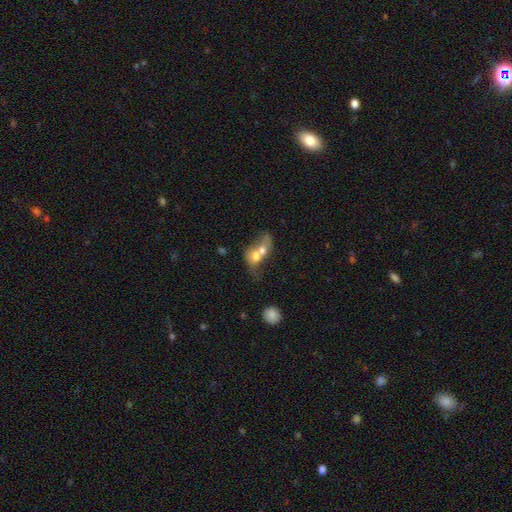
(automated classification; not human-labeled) smooth 62%, featured or disk 29%, star or artifact 9%. Down the decision tree: how rounded — in between (54%); merging — merger (80%).